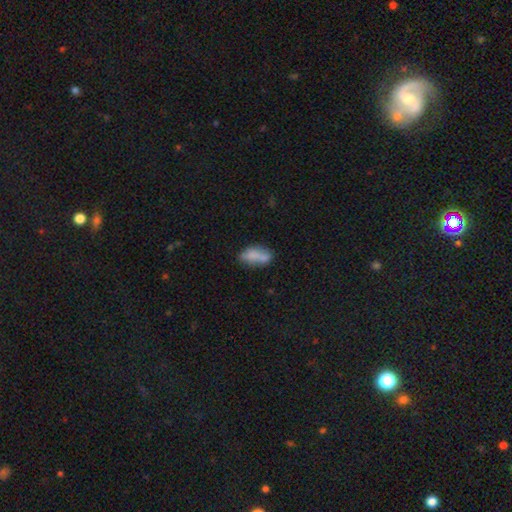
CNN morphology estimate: Smooth or featured? Predicted: smooth (p=0.72). How rounded? Predicted: in between (p=0.80). Merging? Predicted: none (p=0.46).